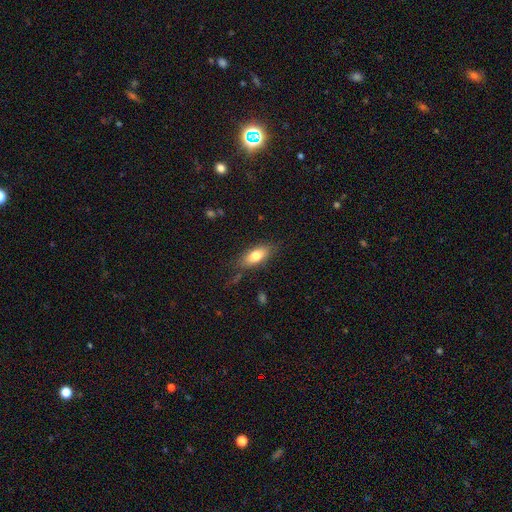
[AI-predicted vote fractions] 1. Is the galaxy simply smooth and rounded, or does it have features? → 74% smooth, 18% featured or disk, 7% star or artifact.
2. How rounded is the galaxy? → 81% in between, 15% cigar-shaped, 4% round.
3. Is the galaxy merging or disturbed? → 78% none, 16% minor disturbance, 4% major disturbance, 2% merger.